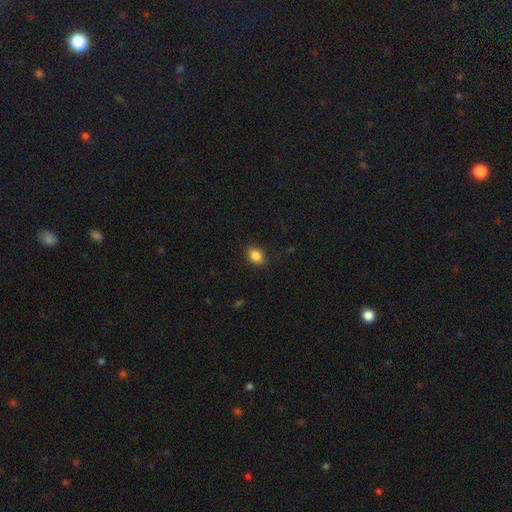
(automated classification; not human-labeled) This appears to be a smooth galaxy with no disk features (86%) that is in between round and cigar-shaped (70%). Merging: none (87%).